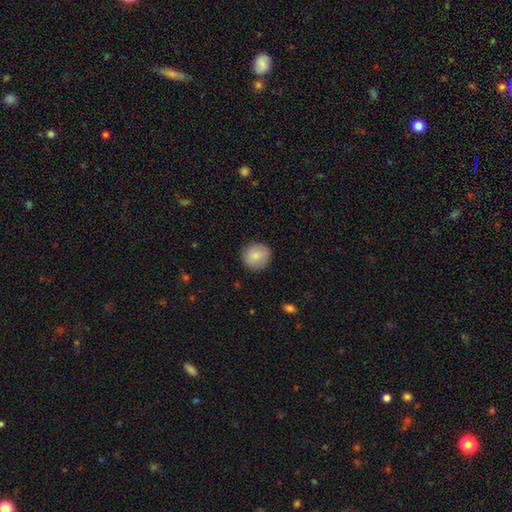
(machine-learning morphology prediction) Smooth or featured? Predicted: smooth (p=0.83). How rounded? Predicted: round (p=0.90). Merging? Predicted: none (p=0.88).